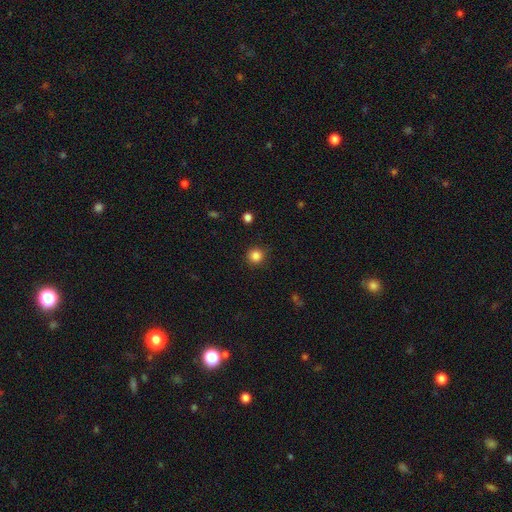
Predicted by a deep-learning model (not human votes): smooth-or-featured: smooth: 85% | star or artifact: 12% | featured or disk: 4%
  how-rounded: round: 94% | in between: 5% | cigar-shaped: 1%
  merging: none: 89% | minor disturbance: 8% | major disturbance: 2% | merger: 1%